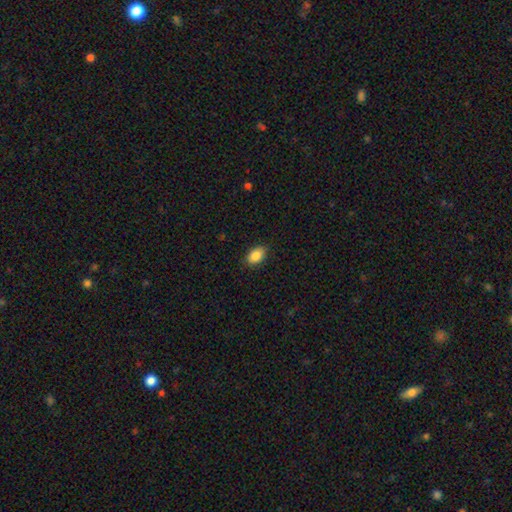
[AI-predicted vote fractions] Q: Smooth or featured?
A: smooth (86%); runner-up: star or artifact (8%)
Q: How rounded?
A: in between (87%); runner-up: round (12%)
Q: Merging?
A: none (86%); runner-up: minor disturbance (11%)